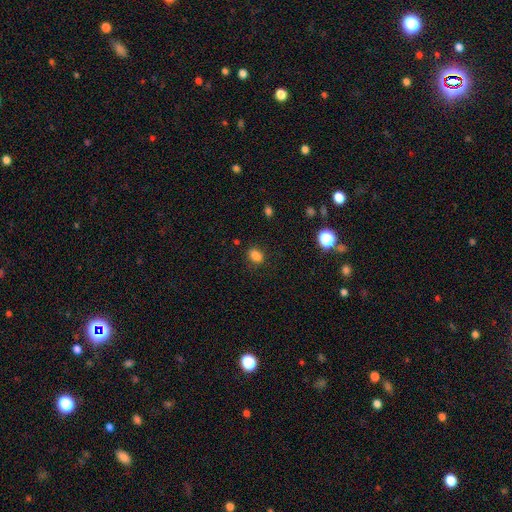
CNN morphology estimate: Q: Smooth or featured?
A: smooth (82%); runner-up: star or artifact (13%)
Q: How rounded?
A: in between (70%); runner-up: round (28%)
Q: Merging?
A: none (81%); runner-up: minor disturbance (13%)